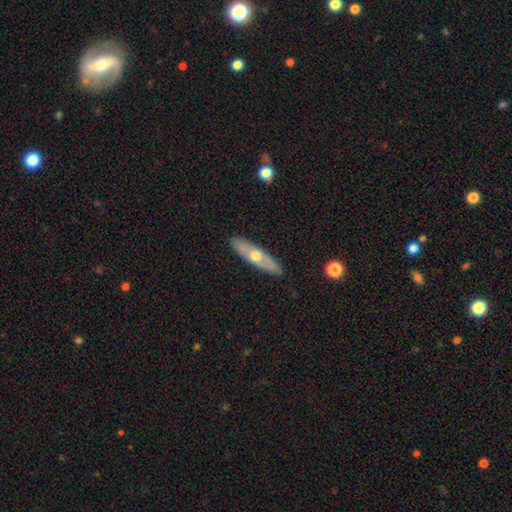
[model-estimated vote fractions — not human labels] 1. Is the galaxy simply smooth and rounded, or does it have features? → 52% featured or disk, 42% smooth, 6% star or artifact.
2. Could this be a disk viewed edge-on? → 60% yes, 40% no.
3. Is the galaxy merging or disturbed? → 88% none, 9% minor disturbance, 2% major disturbance, 1% merger.